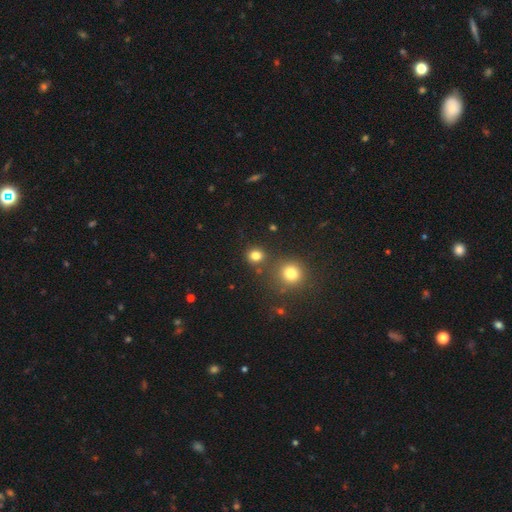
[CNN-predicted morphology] This appears to be a smooth galaxy with no disk features (80%) that is round (82%). Merging: none (79%).